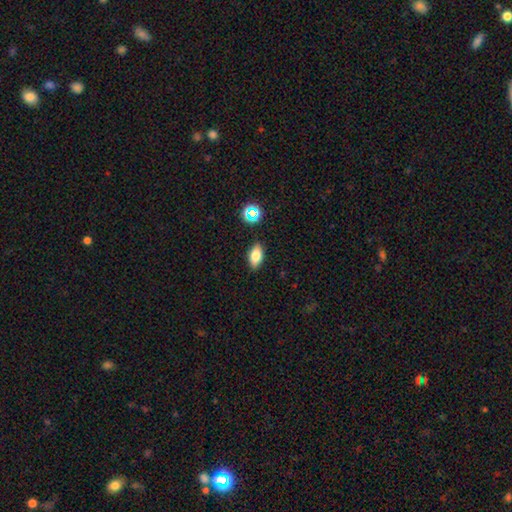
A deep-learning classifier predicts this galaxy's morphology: Smooth or featured? Predicted: smooth (p=0.76). How rounded? Predicted: in between (p=0.86). Merging? Predicted: none (p=0.86).